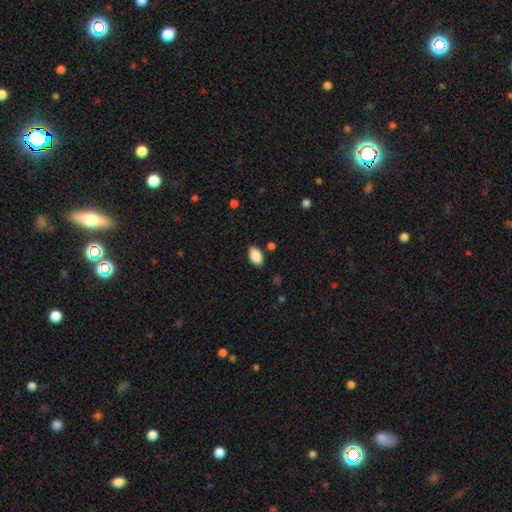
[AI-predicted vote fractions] This is clearly a smooth galaxy (89%). How rounded: clearly in between (94%). Merging: clearly none (86%).